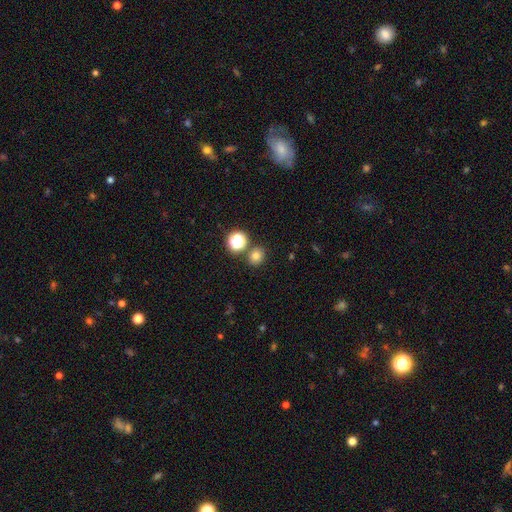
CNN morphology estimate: Q: Smooth or featured?
A: smooth (75%); runner-up: star or artifact (18%)
Q: How rounded?
A: round (72%); runner-up: in between (27%)
Q: Merging?
A: none (79%); runner-up: merger (10%)